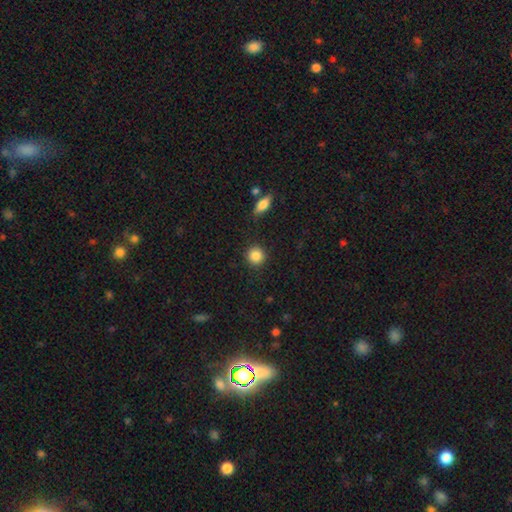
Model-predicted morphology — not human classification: type=smooth (86%); roundness=round (92%); merging=none (90%).